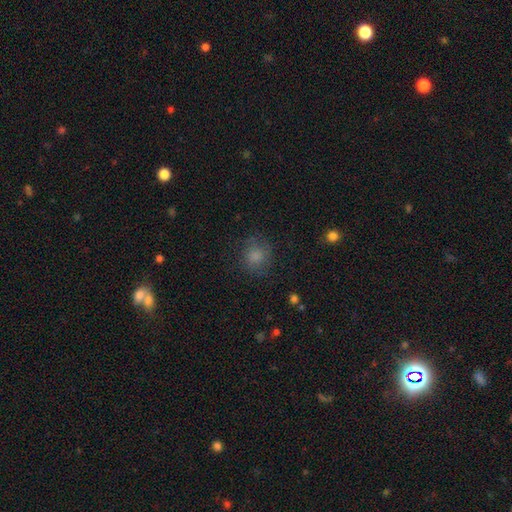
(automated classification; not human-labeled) smooth-or-featured: smooth: 77% | featured or disk: 12% | star or artifact: 12%
  how-rounded: round: 83% | in between: 16% | cigar-shaped: 1%
  merging: none: 73% | minor disturbance: 17% | major disturbance: 9% | merger: 1%